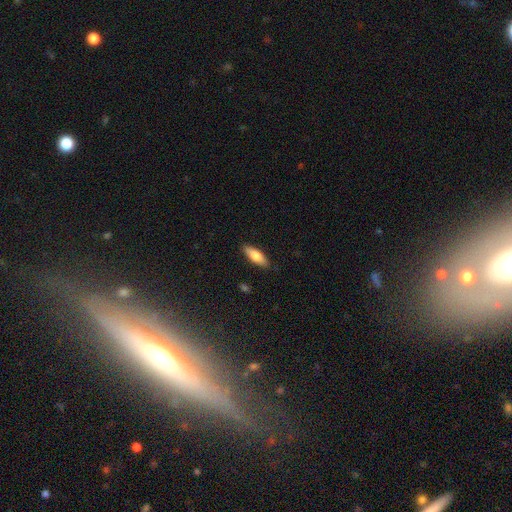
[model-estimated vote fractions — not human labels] smooth 76%, featured or disk 18%, star or artifact 6%. Down the decision tree: how rounded — in between (62%); merging — none (87%).